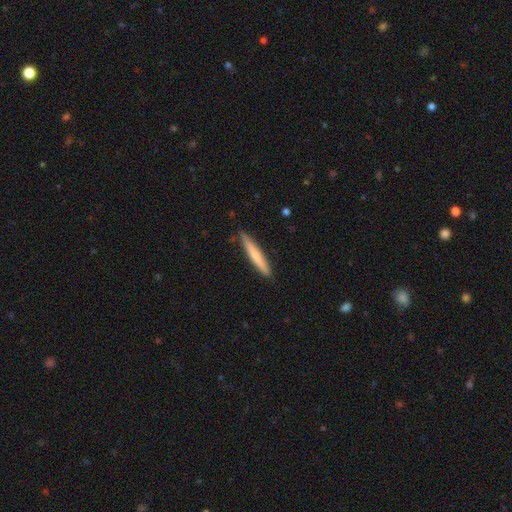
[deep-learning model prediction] A smooth galaxy with no disk features (65%) that is cigar-shaped (95%). Merging: none (88%).